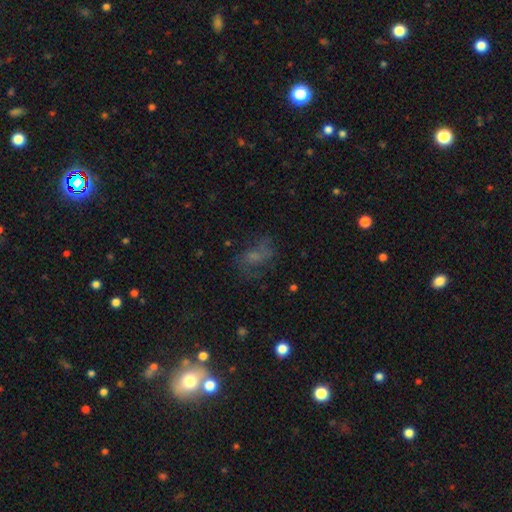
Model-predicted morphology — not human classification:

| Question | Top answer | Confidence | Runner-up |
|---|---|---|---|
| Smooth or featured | smooth | 40% | featured or disk (34%) |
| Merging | none | 48% | major disturbance (27%) |